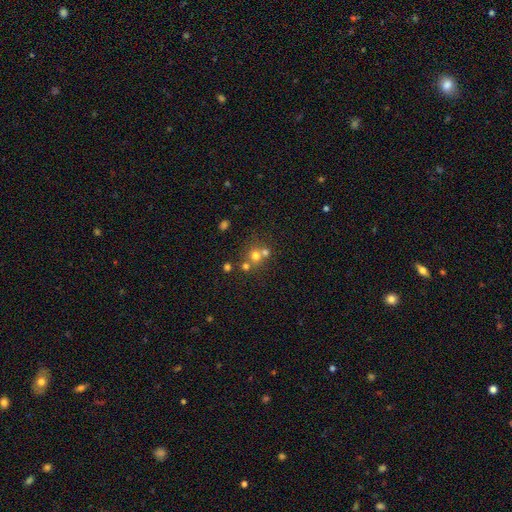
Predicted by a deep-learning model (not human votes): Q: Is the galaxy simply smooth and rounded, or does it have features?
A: smooth — 65%.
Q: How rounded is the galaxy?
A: round — 85%.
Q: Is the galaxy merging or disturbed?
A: none — 46%.